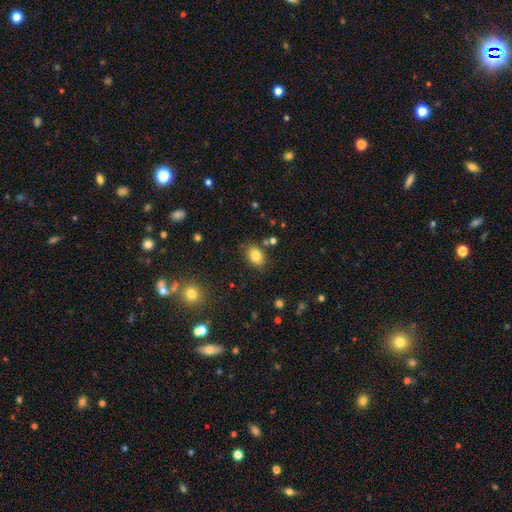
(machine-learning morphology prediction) Q: Smooth or featured?
A: smooth (82%); runner-up: star or artifact (10%)
Q: How rounded?
A: in between (77%); runner-up: round (22%)
Q: Merging?
A: none (81%); runner-up: minor disturbance (12%)